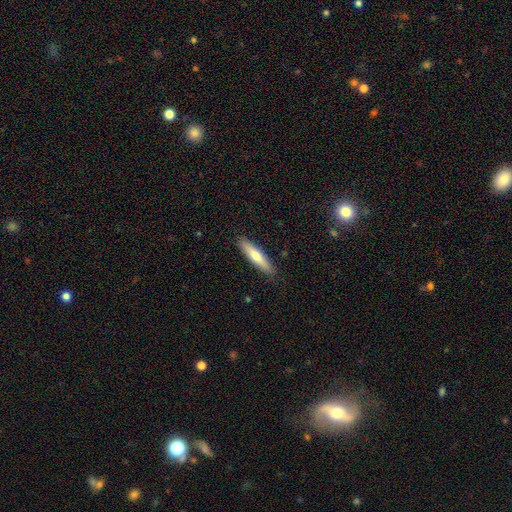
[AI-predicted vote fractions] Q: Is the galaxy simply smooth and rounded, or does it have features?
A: smooth — 67%.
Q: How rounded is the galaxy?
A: cigar-shaped — 81%.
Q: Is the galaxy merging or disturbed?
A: none — 89%.